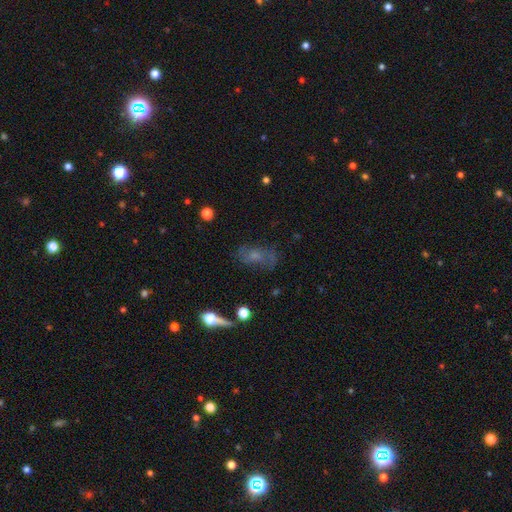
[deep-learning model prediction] Q: Smooth or featured?
A: featured or disk (50%); runner-up: smooth (33%)
Q: Merging?
A: none (61%); runner-up: minor disturbance (21%)